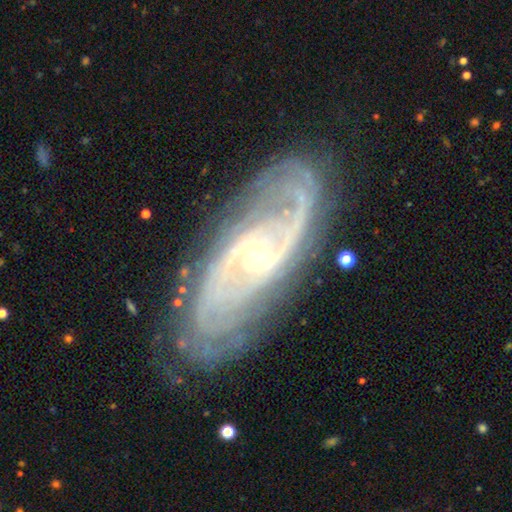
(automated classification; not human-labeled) Smooth or featured: featured or disk — 89% (star or artifact — 6%)
Edge-on disk: no — 93% (yes — 7%)
Bar: no — 55% (weak — 34%)
Spiral arms: yes — 97% (no — 3%)
Spiral winding: tight — 45% (medium — 40%)
Spiral arm count: 2 — 50% (can't tell — 21%)
Bulge size: small — 75% (moderate — 21%)
Merging: none — 78% (minor disturbance — 15%)